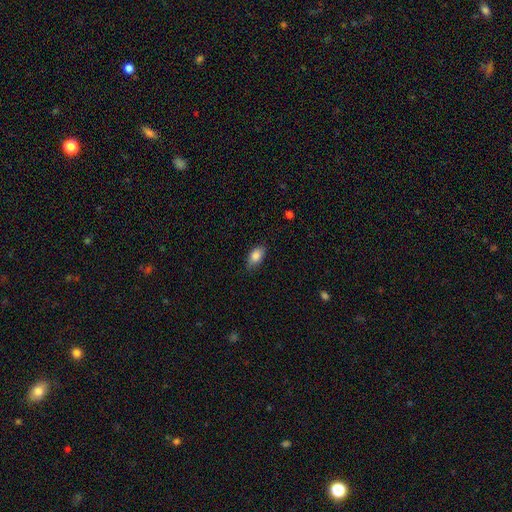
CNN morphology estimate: The model was most divided on "merging": none: 78%, minor disturbance: 18%, major disturbance: 3%, merger: 1%. More confident: how rounded — in between (89%); smooth or featured — smooth (85%).